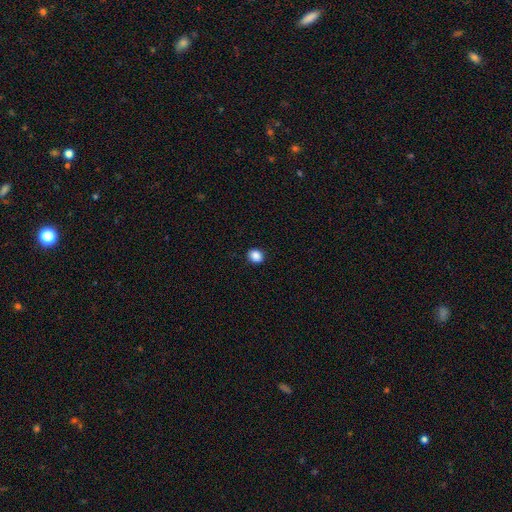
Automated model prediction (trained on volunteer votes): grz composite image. It shows a smooth galaxy with no disk features (88%) that is round (67%). Merging: none (90%).